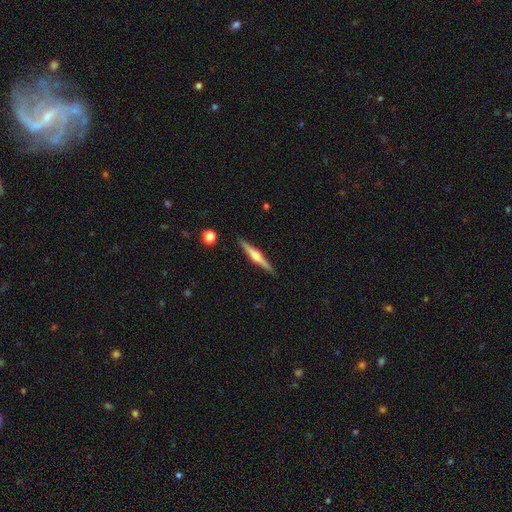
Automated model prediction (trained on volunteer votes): Morphology: type=featured or disk (72%); edge-on=yes (98%); edge-on bulge=rounded (89%); merging=none (90%).